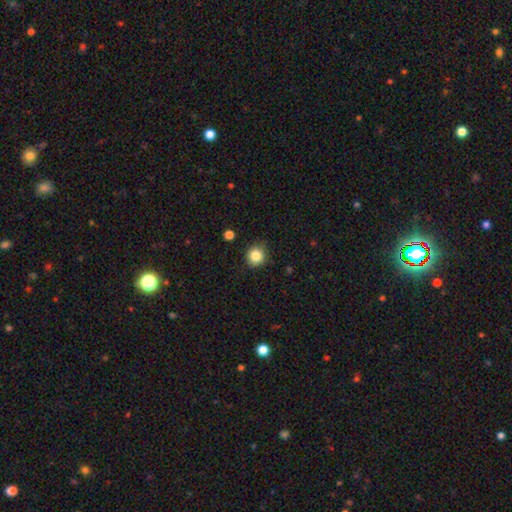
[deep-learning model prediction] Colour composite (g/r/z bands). It shows a smooth galaxy with no disk features (85%) that is round (86%). Merging: none (85%).